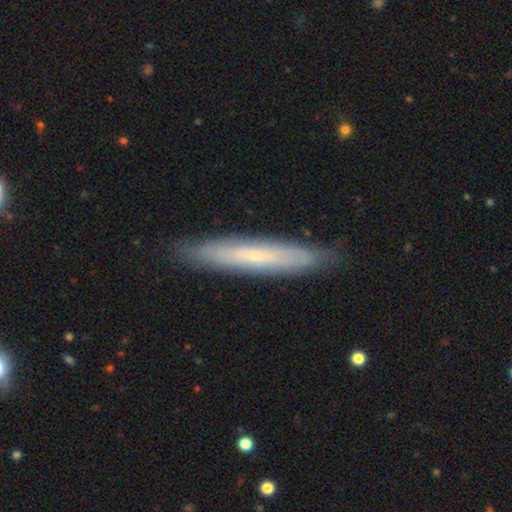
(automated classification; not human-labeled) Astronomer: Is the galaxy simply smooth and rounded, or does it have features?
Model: smooth — 47%, tied with featured or disk at 47%.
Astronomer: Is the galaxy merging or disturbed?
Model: none — 87%.